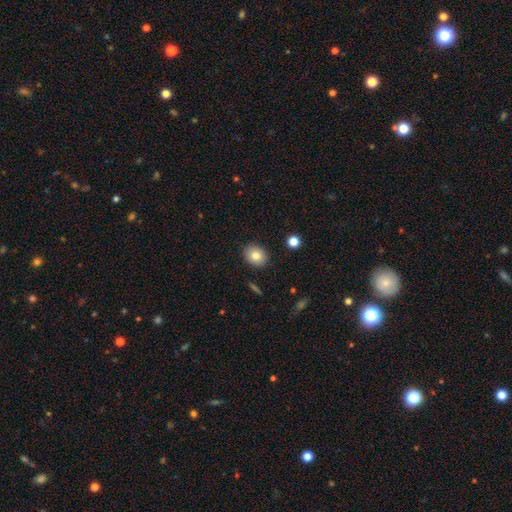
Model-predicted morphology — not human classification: A smooth galaxy with no disk features (81%) that is round (53%).

Vote fractions:
- Smooth or featured? smooth: 81% / featured or disk: 10% / star or artifact: 9%
- How rounded? round: 53% / in between: 46% / cigar-shaped: 1%
- Merging? none: 88% / minor disturbance: 8% / major disturbance: 2% / merger: 1%